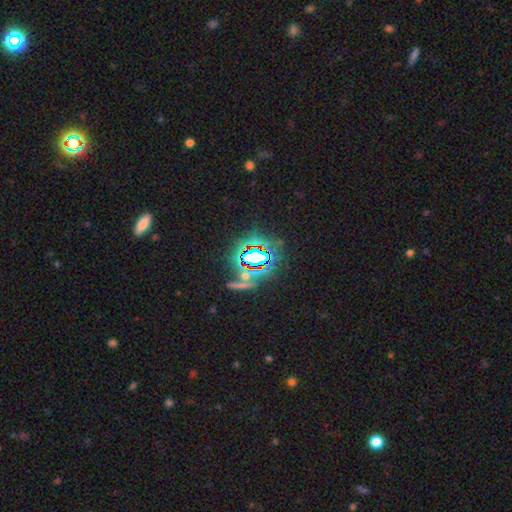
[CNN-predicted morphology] Overall: star or artifact (71%).